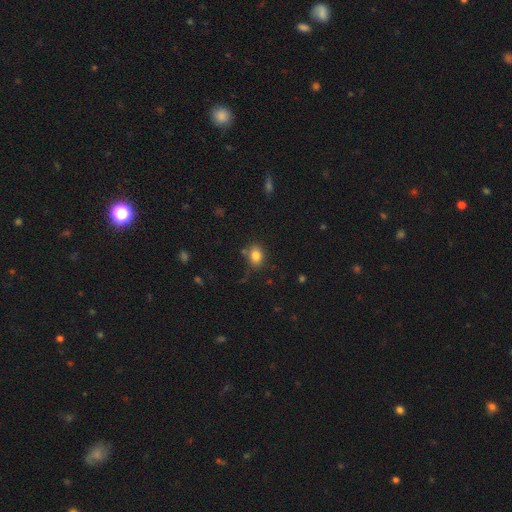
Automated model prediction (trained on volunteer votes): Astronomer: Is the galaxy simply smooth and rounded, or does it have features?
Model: smooth — 82%.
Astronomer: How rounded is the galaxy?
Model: in between — 53% (runner-up: round, 46%).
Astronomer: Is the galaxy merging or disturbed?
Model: none — 75%.